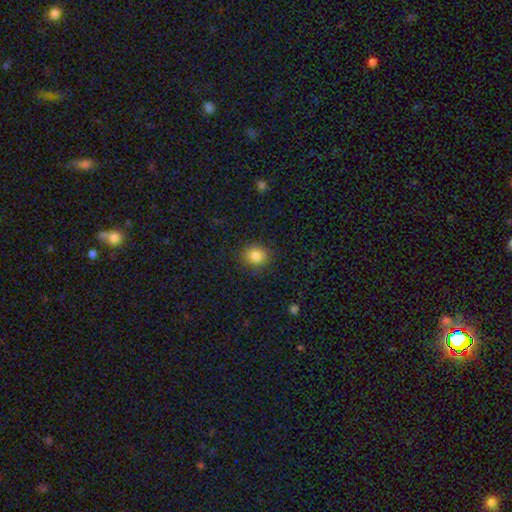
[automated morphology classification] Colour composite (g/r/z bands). It shows a smooth galaxy with no disk features (84%) that is round (82%). Merging: none (86%).